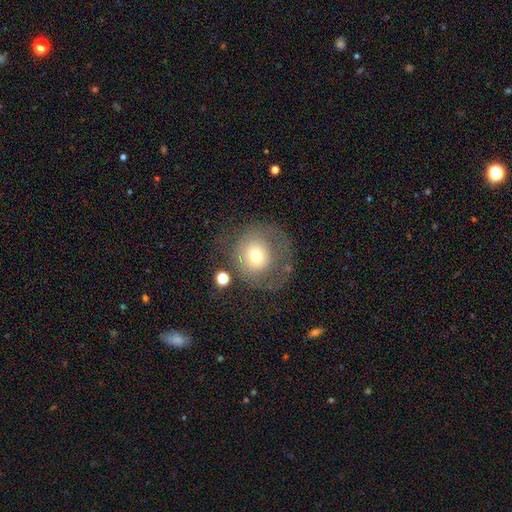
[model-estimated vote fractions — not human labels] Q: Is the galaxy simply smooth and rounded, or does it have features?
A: smooth — 58%.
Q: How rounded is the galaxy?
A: round — 85%.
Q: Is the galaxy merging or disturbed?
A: none — 52%.